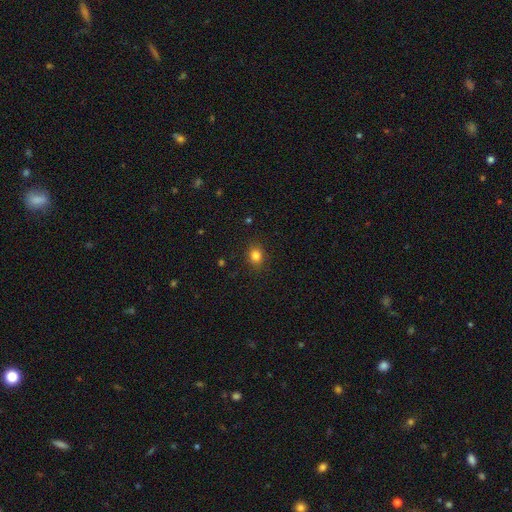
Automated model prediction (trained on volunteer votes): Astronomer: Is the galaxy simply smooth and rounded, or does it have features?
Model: smooth — 83%.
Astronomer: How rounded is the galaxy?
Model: round — 60% (runner-up: in between, 39%).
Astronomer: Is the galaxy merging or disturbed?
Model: none — 88%.